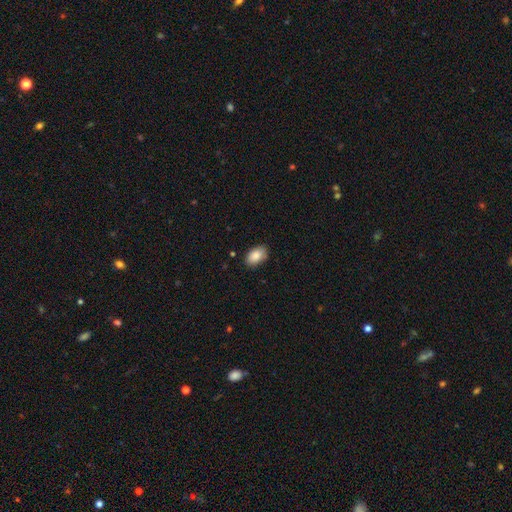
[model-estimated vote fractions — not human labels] smooth-or-featured: smooth: 87% | star or artifact: 7% | featured or disk: 6%
  how-rounded: in between: 90% | round: 9% | cigar-shaped: 1%
  merging: none: 82% | minor disturbance: 14% | major disturbance: 2% | merger: 1%